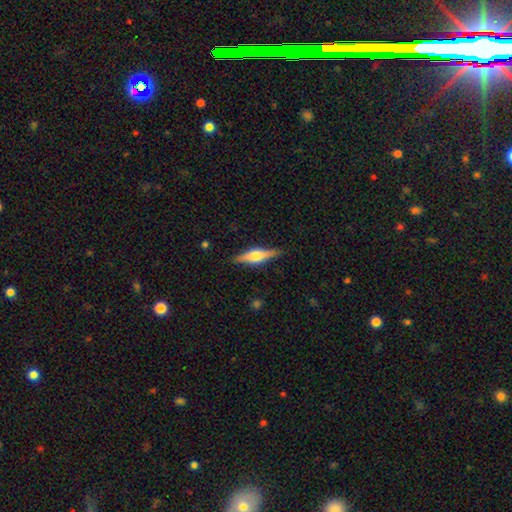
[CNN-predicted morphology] This is possibly a featured or disk galaxy (60%). It is clearly viewed edge-on (96%). Edge-on bulge: clearly rounded (88%). Merging: clearly none (87%).